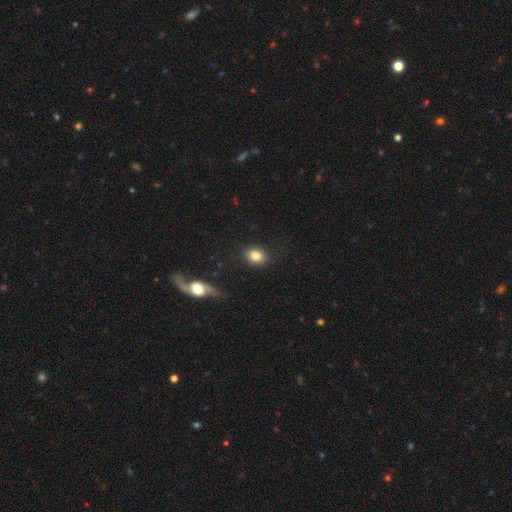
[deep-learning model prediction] Overall: smooth (81%). How rounded: round (50%; in between 49%). Merging: none (85%).